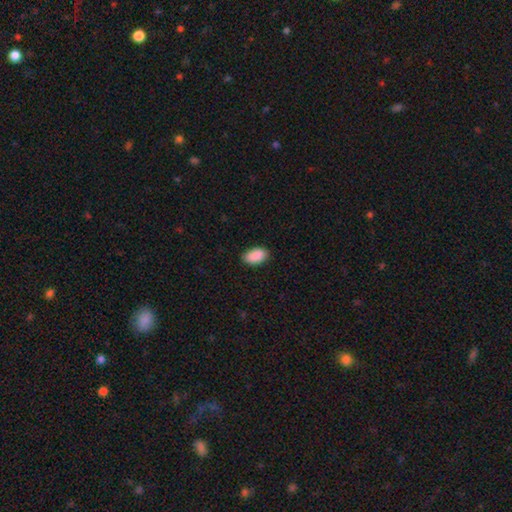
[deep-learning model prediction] The model was most divided on "merging": none: 87%, minor disturbance: 10%, major disturbance: 2%, merger: 1%. More confident: how rounded — in between (94%); smooth or featured — smooth (91%).